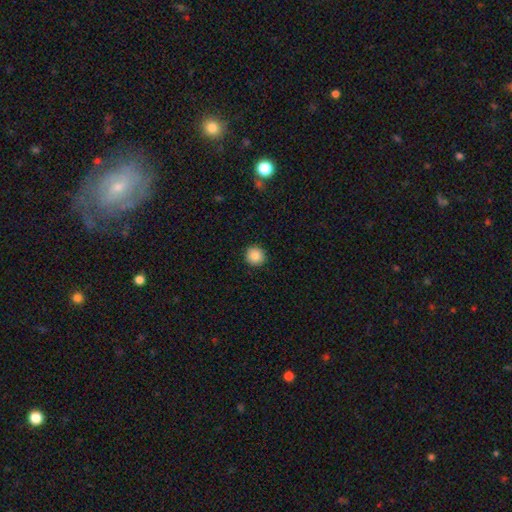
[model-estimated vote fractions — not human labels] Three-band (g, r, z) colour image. It shows a smooth galaxy with no disk features (86%) that is round (95%). Merging: none (92%).